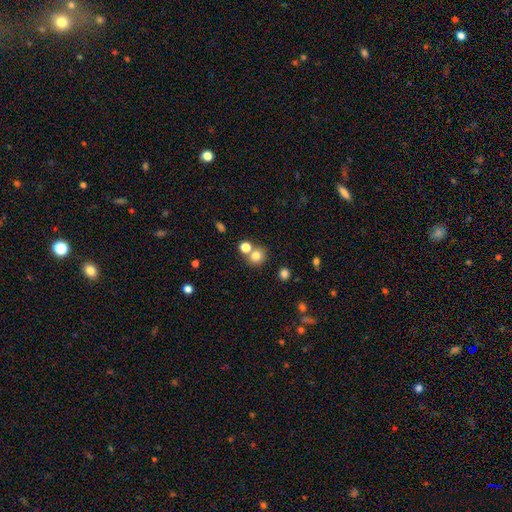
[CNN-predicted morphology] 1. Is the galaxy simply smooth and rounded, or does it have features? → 78% smooth, 14% star or artifact, 8% featured or disk.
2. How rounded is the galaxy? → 86% round, 13% in between, 1% cigar-shaped.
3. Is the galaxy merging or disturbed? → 65% none, 24% merger, 8% minor disturbance, 3% major disturbance.